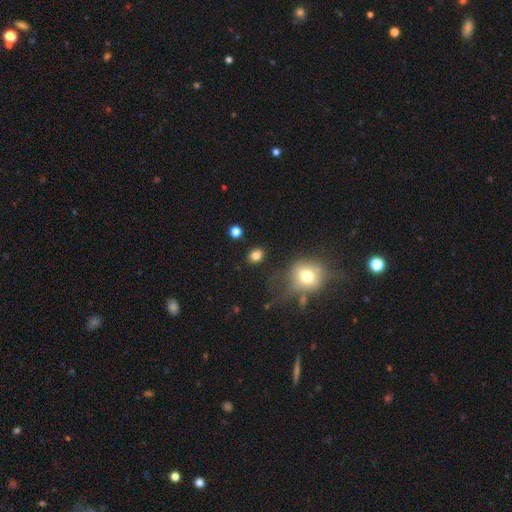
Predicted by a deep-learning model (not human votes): This appears to be a smooth galaxy with no disk features (82%) that is round (55%). Merging: none (84%).